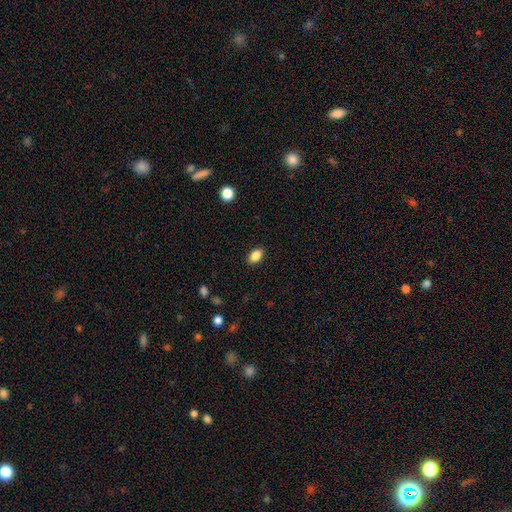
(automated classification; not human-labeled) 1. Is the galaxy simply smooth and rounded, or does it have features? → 87% smooth, 9% star or artifact, 5% featured or disk.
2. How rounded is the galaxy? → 88% in between, 9% round, 2% cigar-shaped.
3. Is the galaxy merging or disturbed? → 88% none, 9% minor disturbance, 2% major disturbance, 1% merger.